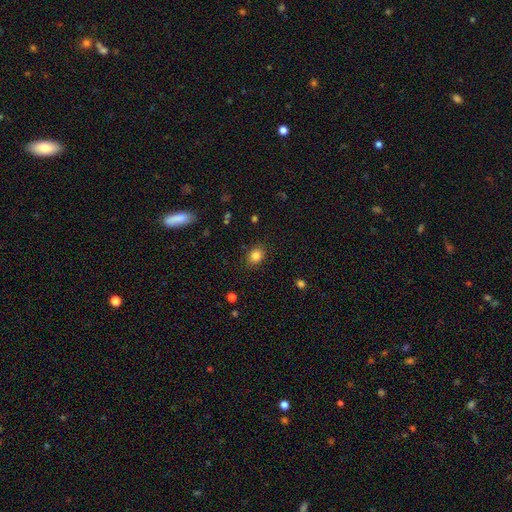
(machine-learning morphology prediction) A smooth galaxy with no disk features (85%) that is in between round and cigar-shaped (51%).

Vote fractions:
- Smooth or featured? smooth: 85% / star or artifact: 11% / featured or disk: 5%
- How rounded? in between: 51% / round: 48% / cigar-shaped: 1%
- Merging? none: 85% / minor disturbance: 11% / major disturbance: 3% / merger: 1%